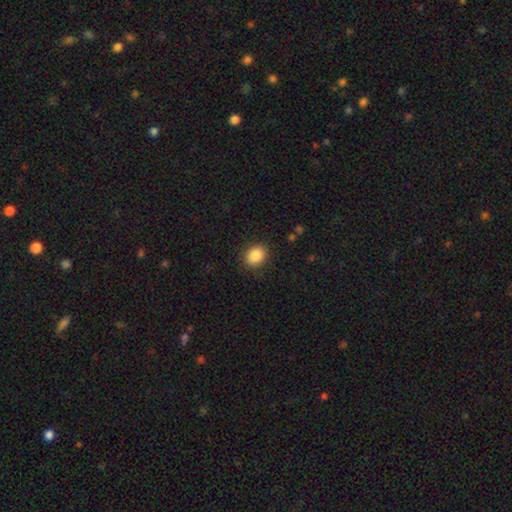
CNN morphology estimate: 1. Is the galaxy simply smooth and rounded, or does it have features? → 87% smooth, 9% star or artifact, 4% featured or disk.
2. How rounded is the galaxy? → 53% round, 46% in between, 1% cigar-shaped.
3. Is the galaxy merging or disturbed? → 88% none, 8% minor disturbance, 3% major disturbance, 1% merger.